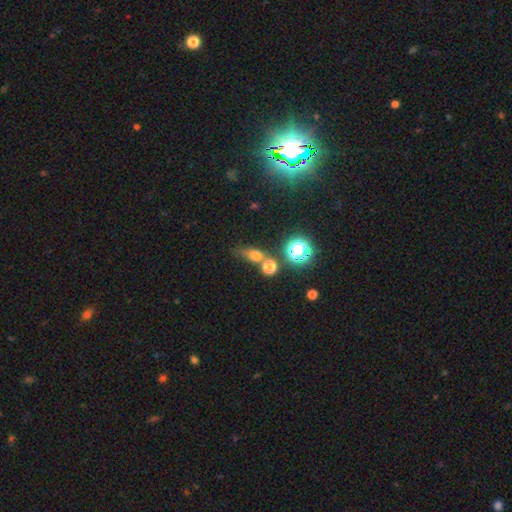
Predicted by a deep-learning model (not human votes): Smooth or featured: smooth — 61% (star or artifact — 25%)
How rounded: round — 47% (in between — 43%)
Merging: none — 57% (merger — 21%)